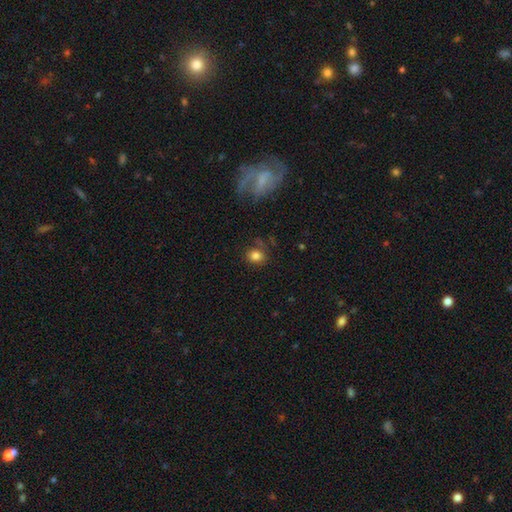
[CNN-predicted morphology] Smooth or featured?
  - smooth: 81% *
  - star or artifact: 12%
  - featured or disk: 7%
How rounded?
  - round: 64% *
  - in between: 35%
  - cigar-shaped: 1%
Merging?
  - none: 76% *
  - minor disturbance: 15%
  - major disturbance: 5%
  - merger: 3%